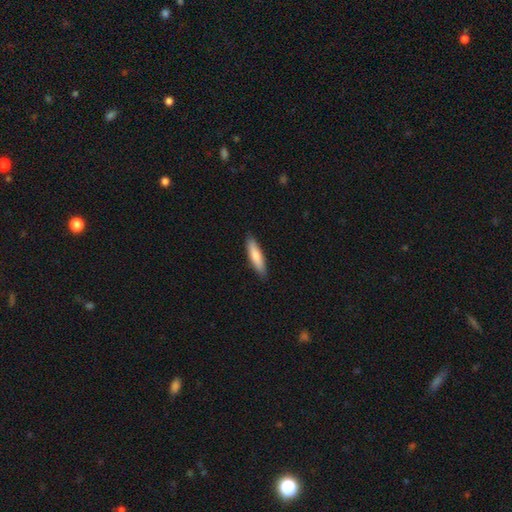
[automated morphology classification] Smooth or featured? Predicted: smooth (p=0.75). How rounded? Predicted: cigar-shaped (p=0.76). Merging? Predicted: none (p=0.89).